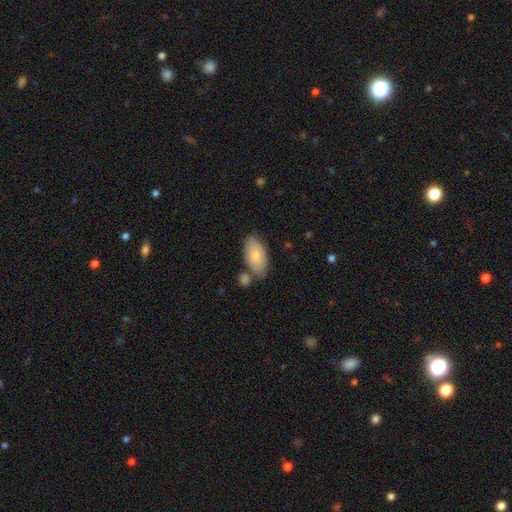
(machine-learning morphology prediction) Overall: smooth (78%). How rounded: in between (94%). Merging: none (68%).